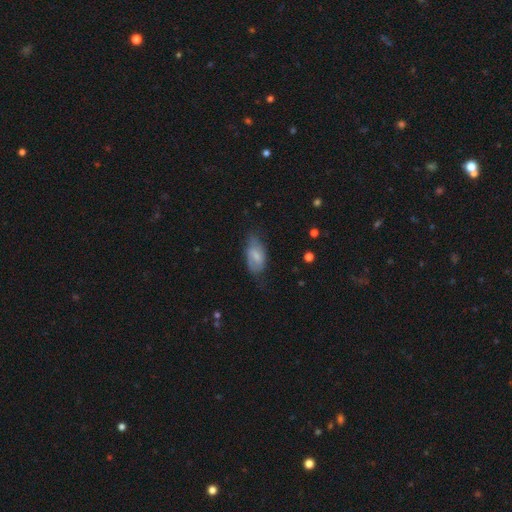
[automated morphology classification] Smooth or featured? smooth (54%)
How rounded? in between (90%)
Merging? none (57%)